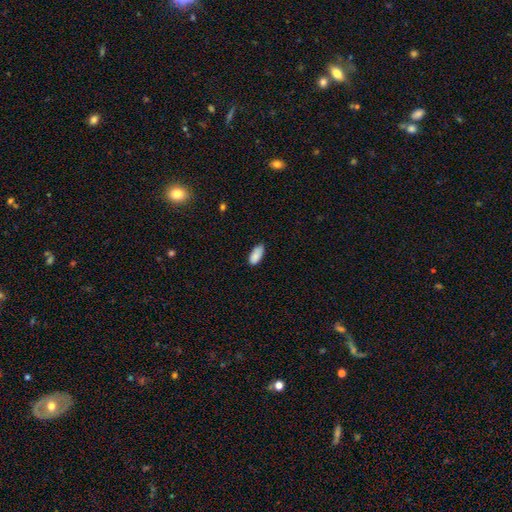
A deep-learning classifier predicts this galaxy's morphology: Q: Smooth or featured?
A: smooth (88%); runner-up: star or artifact (7%)
Q: How rounded?
A: in between (91%); runner-up: cigar-shaped (7%)
Q: Merging?
A: none (68%); runner-up: minor disturbance (27%)